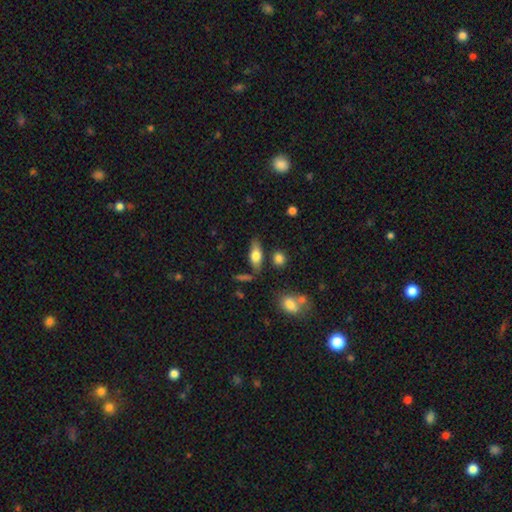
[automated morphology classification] smooth 70%, featured or disk 23%, star or artifact 7%. Down the decision tree: how rounded — in between (75%); merging — none (76%).